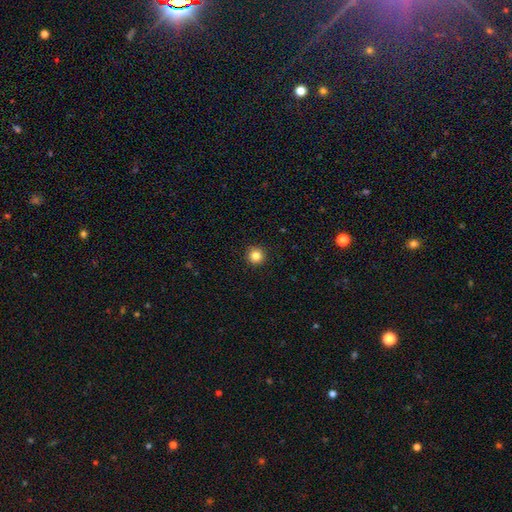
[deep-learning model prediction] A smooth galaxy with no disk features (84%) that is round (95%).

Vote fractions:
- Smooth or featured? smooth: 84% / star or artifact: 11% / featured or disk: 5%
- How rounded? round: 95% / in between: 4% / cigar-shaped: 1%
- Merging? none: 93% / minor disturbance: 5% / major disturbance: 2% / merger: 1%